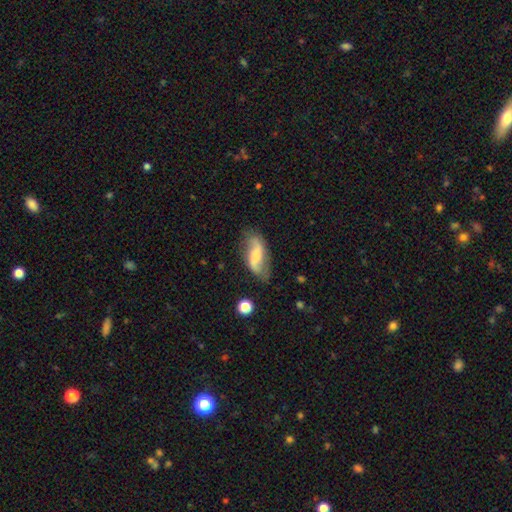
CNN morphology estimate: type=featured or disk (64%); edge-on=no (92%); bar=weak (39%); spiral arms=yes (88%); winding=loose (74%); arm count=2 (89%); bulge=small (43%); merging=none (70%).